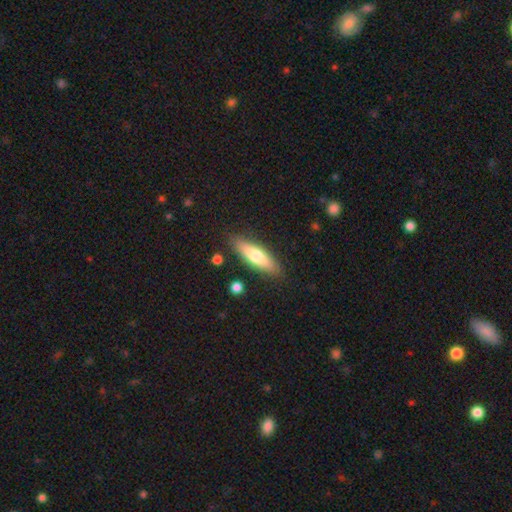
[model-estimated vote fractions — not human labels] A smooth galaxy with no disk features (66%) that is cigar-shaped (61%).

Vote fractions:
- Smooth or featured? smooth: 66% / featured or disk: 28% / star or artifact: 6%
- How rounded? cigar-shaped: 61% / in between: 37% / round: 2%
- Merging? none: 85% / minor disturbance: 10% / major disturbance: 2% / merger: 2%